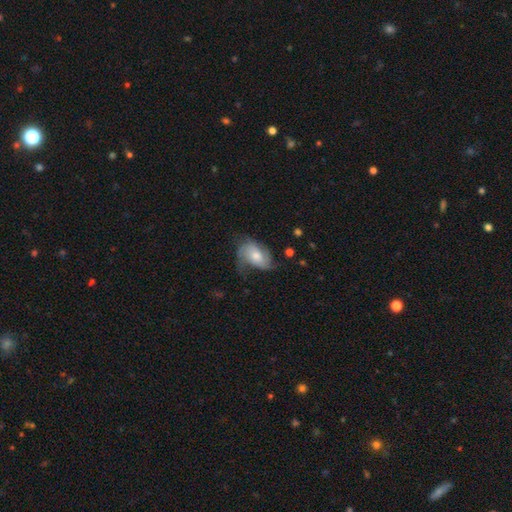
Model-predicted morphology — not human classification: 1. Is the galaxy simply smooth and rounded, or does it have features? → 54% featured or disk, 39% smooth, 7% star or artifact.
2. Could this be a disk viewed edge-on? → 95% no, 5% yes.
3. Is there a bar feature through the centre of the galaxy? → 72% no, 24% weak, 5% strong.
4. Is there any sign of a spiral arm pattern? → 82% yes, 18% no.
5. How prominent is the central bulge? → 60% moderate, 24% small, 11% large, 3% none, 2% dominant.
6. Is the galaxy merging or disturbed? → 46% none, 30% minor disturbance, 22% major disturbance, 2% merger.